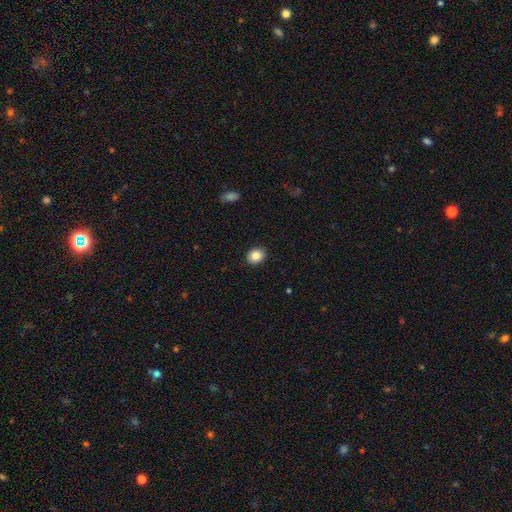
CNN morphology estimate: Smooth or featured: smooth — 85% (star or artifact — 9%)
How rounded: round — 61% (in between — 39%)
Merging: none — 91% (minor disturbance — 7%)